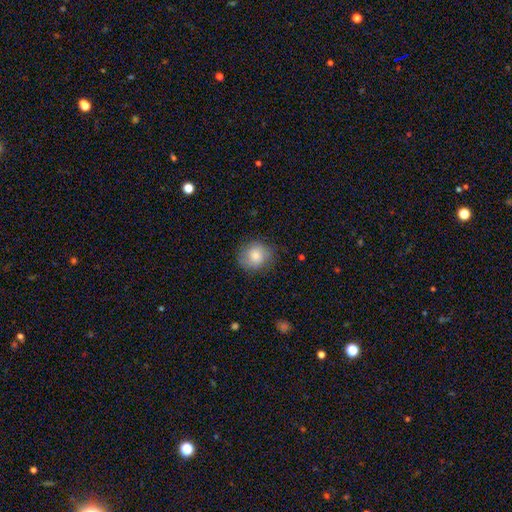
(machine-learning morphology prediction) type=smooth (79%); roundness=round (81%); merging=none (77%).